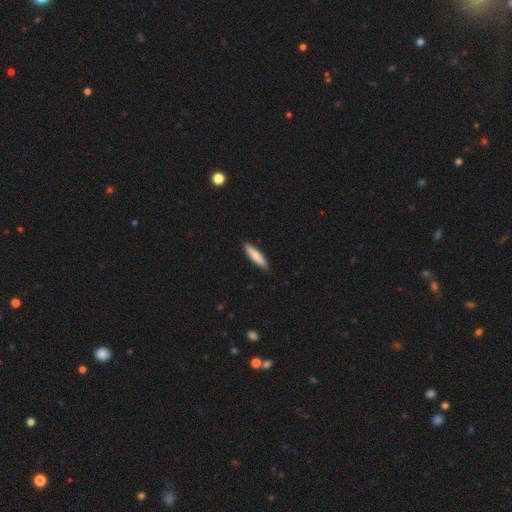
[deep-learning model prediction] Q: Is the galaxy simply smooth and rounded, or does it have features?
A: smooth — 80%.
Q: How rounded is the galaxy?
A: cigar-shaped — 76%.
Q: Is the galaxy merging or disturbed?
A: none — 90%.